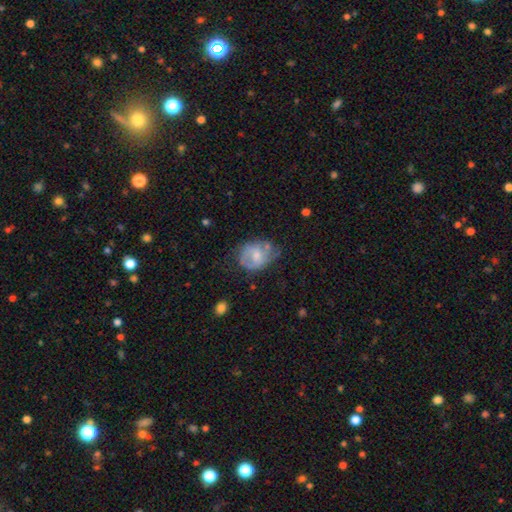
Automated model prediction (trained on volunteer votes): featured or disk 47%, smooth 45%, star or artifact 8%. Down the decision tree: merging — none (40%).